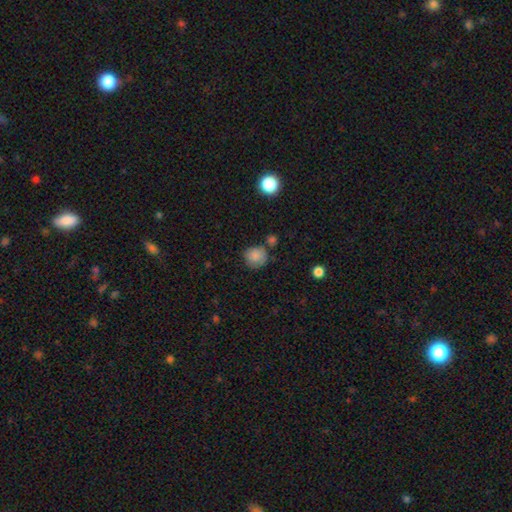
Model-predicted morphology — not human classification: A smooth galaxy with no disk features (85%) that is round (88%). Merging: none (70%).